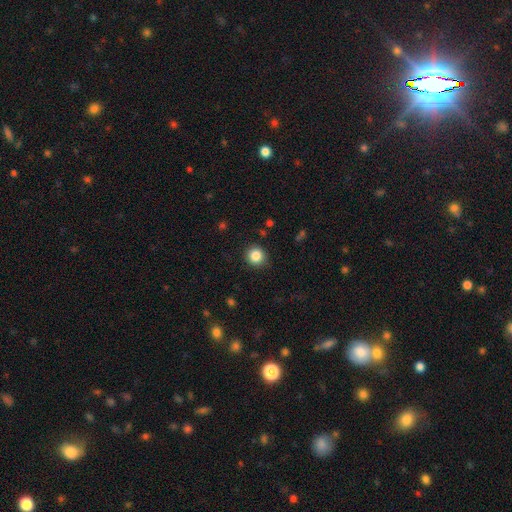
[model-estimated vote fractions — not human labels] This appears to be a smooth galaxy with no disk features (85%) that is round (91%). Merging: none (89%).